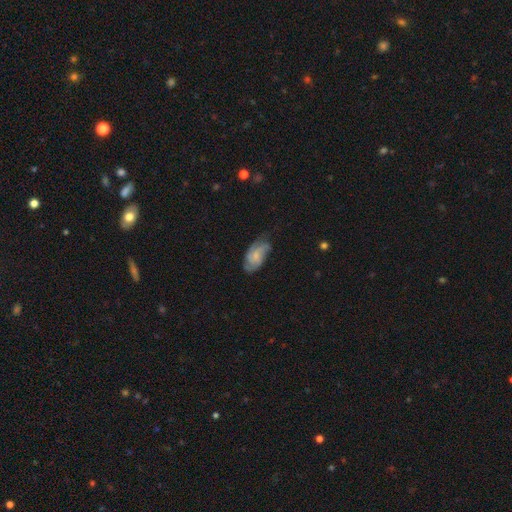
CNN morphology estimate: A featured or disk galaxy (61%) with no bar (63%), can't tell (28%, tied with 3) medium (44%) spiral arms (90%) and a small central bulge (56%). Merging: none (59%).